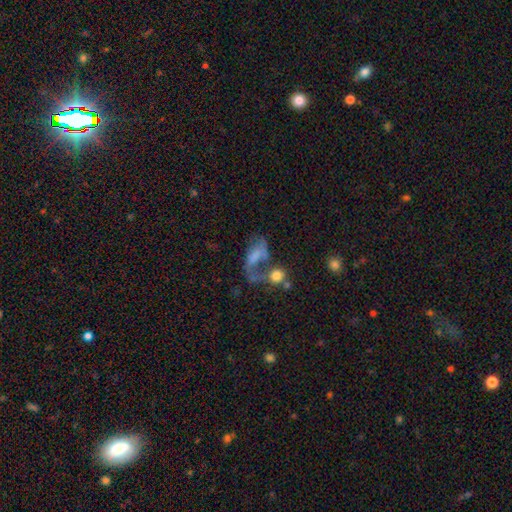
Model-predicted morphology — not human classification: type=featured or disk (44%); merging=merger (33%, tied with major disturbance).